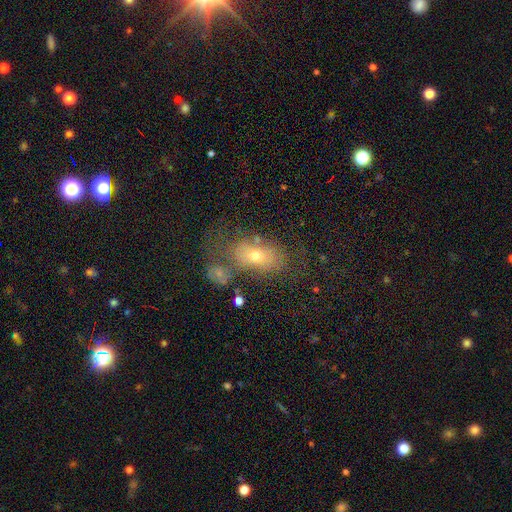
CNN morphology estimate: This is likely a smooth galaxy (61%). How rounded: clearly in between (82%). Merging: marginally none (43%).